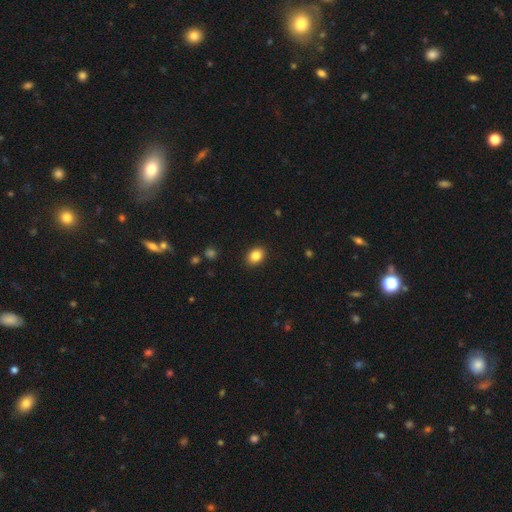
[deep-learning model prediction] This is clearly a smooth galaxy (85%). How rounded: likely in between (64%). Merging: clearly none (90%).